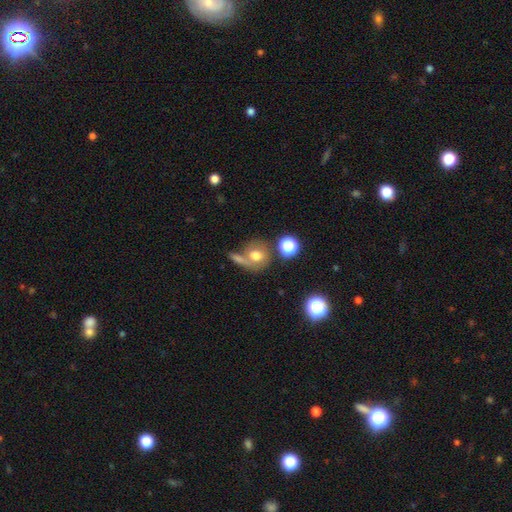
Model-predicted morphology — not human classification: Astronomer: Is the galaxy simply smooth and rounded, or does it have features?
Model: smooth — 68%.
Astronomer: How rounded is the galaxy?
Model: round — 79%.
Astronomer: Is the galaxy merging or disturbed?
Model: none — 49% (runner-up: merger, 29%).